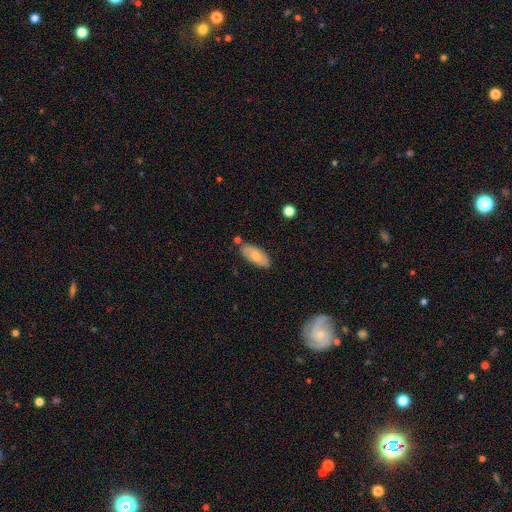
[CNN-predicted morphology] Smooth or featured?
  - smooth: 70% *
  - featured or disk: 24%
  - star or artifact: 6%
How rounded?
  - in between: 86% *
  - cigar-shaped: 12%
  - round: 2%
Merging?
  - none: 77% *
  - minor disturbance: 15%
  - merger: 5%
  - major disturbance: 3%